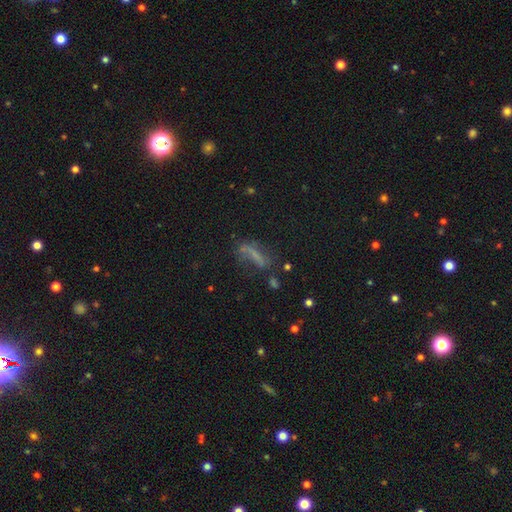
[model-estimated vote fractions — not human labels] Smooth or featured: smooth — 49% (featured or disk — 33%)
Merging: none — 45% (minor disturbance — 24%)